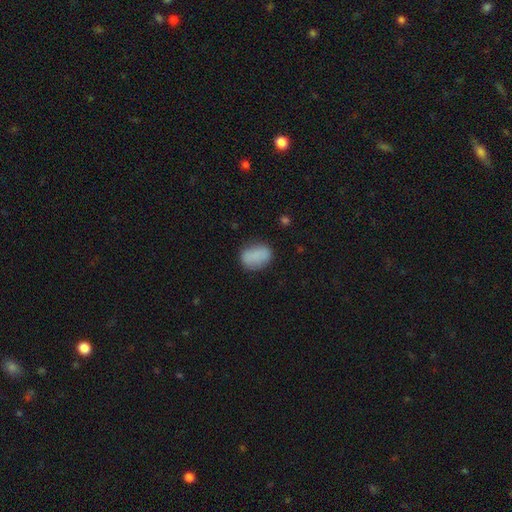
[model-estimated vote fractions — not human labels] Smooth or featured?
  - smooth: 83% *
  - featured or disk: 9%
  - star or artifact: 8%
How rounded?
  - in between: 76% *
  - round: 22%
  - cigar-shaped: 2%
Merging?
  - none: 71% *
  - minor disturbance: 21%
  - major disturbance: 6%
  - merger: 3%